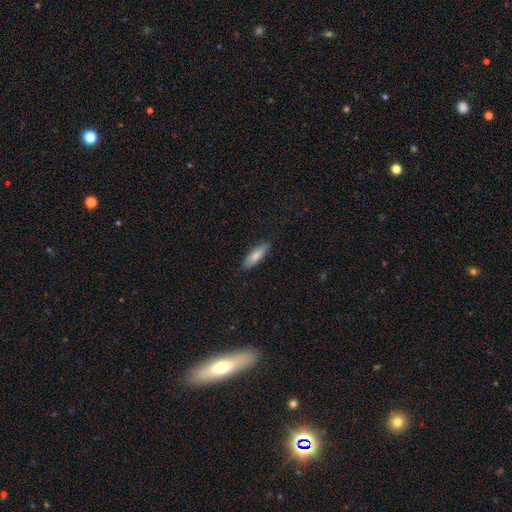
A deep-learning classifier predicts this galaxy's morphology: A smooth galaxy with no disk features (80%) that is cigar-shaped (58%). Merging: none (85%).